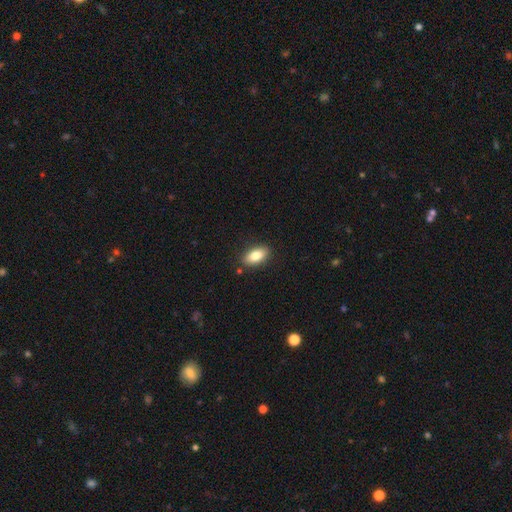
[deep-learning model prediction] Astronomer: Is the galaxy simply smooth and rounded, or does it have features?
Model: smooth — 82%.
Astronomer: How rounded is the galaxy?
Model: in between — 89%.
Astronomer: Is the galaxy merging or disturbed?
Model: none — 87%.